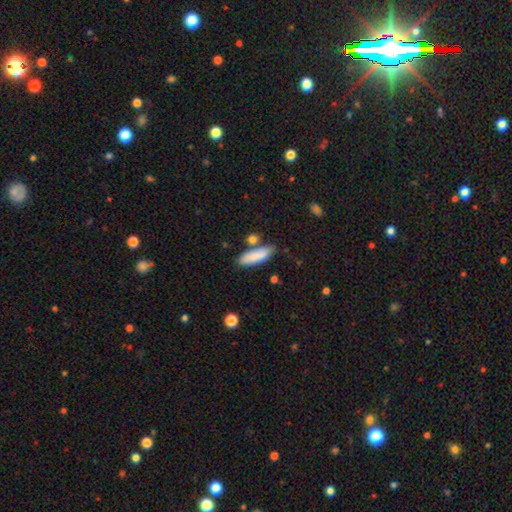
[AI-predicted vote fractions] Smooth or featured? Predicted: smooth (p=0.84). How rounded? Predicted: cigar-shaped (p=0.50). Merging? Predicted: none (p=0.70).